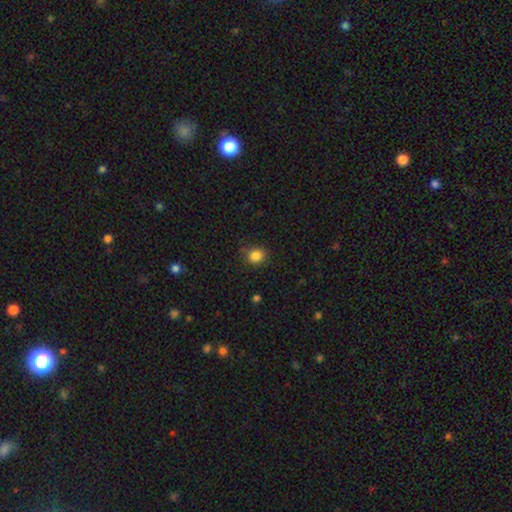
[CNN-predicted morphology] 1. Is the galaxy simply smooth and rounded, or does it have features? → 85% smooth, 11% star or artifact, 4% featured or disk.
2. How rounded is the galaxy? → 82% round, 17% in between, 1% cigar-shaped.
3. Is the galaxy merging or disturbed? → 83% none, 13% minor disturbance, 3% major disturbance, 1% merger.